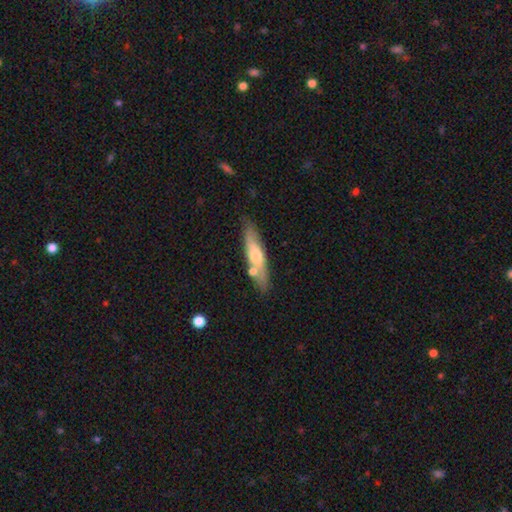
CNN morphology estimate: Q: Smooth or featured?
A: smooth (49%); runner-up: featured or disk (46%)
Q: Merging?
A: none (70%); runner-up: minor disturbance (15%)